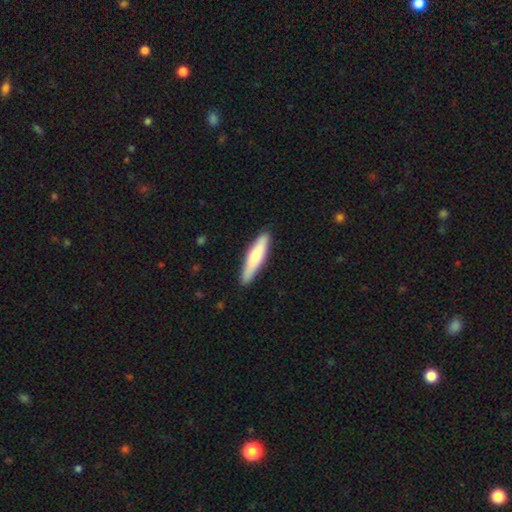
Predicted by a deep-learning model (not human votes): A smooth galaxy with no disk features (64%) that is cigar-shaped (85%).

Vote fractions:
- Smooth or featured? smooth: 64% / featured or disk: 31% / star or artifact: 5%
- How rounded? cigar-shaped: 85% / in between: 14% / round: 1%
- Merging? none: 89% / minor disturbance: 8% / major disturbance: 1% / merger: 1%